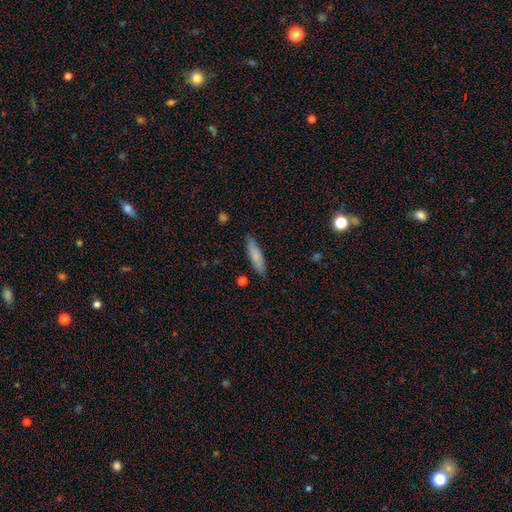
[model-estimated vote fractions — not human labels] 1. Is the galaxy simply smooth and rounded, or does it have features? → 78% smooth, 15% featured or disk, 6% star or artifact.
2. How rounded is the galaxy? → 79% cigar-shaped, 20% in between, 1% round.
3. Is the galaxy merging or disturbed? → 85% none, 11% minor disturbance, 2% major disturbance, 2% merger.